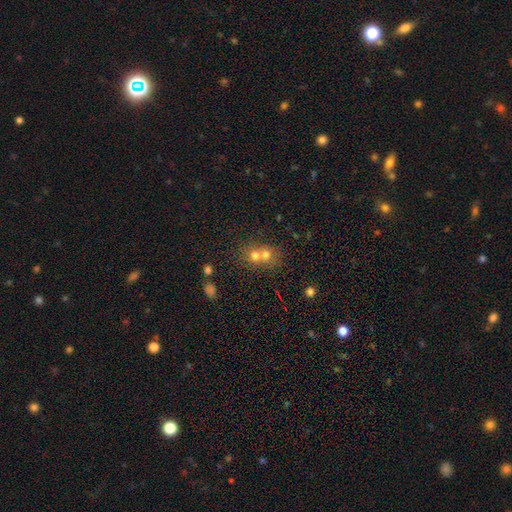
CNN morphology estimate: smooth 66%, featured or disk 18%, star or artifact 17%. Down the decision tree: how rounded — round (77%); merging — merger (64%).